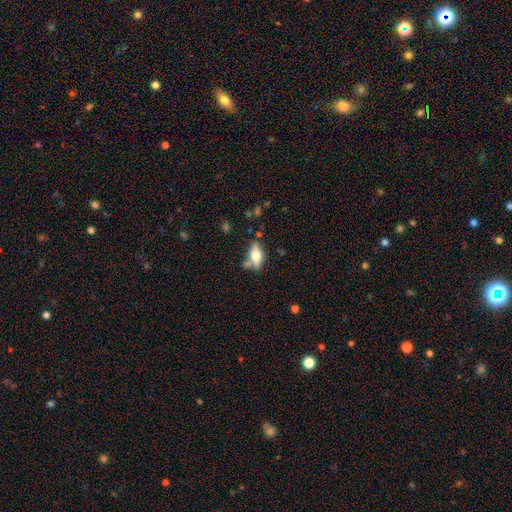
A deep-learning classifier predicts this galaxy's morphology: Smooth or featured: smooth — 59% (featured or disk — 33%)
How rounded: in between — 78% (cigar-shaped — 17%)
Merging: none — 56% (minor disturbance — 22%)